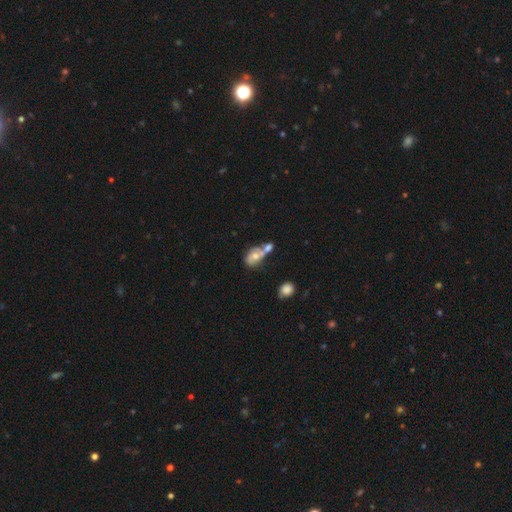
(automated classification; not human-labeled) Smooth or featured?
  - smooth: 47% *
  - featured or disk: 43%
  - star or artifact: 10%
Merging?
  - merger: 58% *
  - none: 19%
  - minor disturbance: 12%
  - major disturbance: 10%